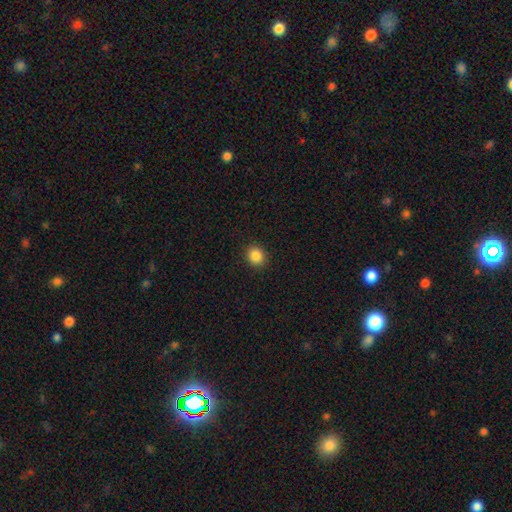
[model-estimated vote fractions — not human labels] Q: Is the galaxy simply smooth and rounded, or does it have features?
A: smooth — 86%.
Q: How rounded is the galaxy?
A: round — 79%.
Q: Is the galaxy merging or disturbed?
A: none — 91%.